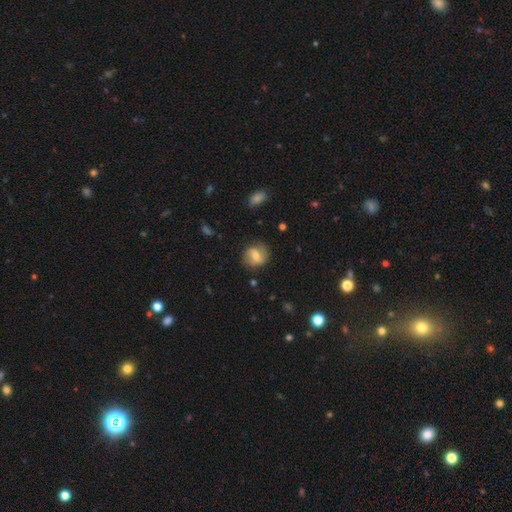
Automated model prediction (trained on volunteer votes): Morphology: type=featured or disk (57%); edge-on=no (96%); bar=weak (48%); spiral arms=yes (82%); bulge=moderate (59%); merging=none (79%).